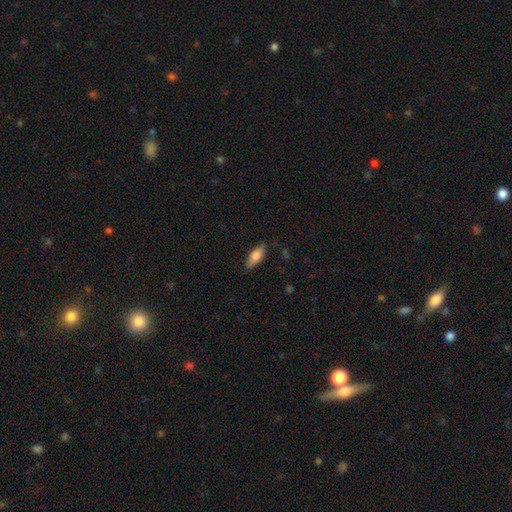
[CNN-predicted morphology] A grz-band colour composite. It shows a smooth galaxy with no disk features (79%) that is in between round and cigar-shaped (75%). Merging: none (82%).